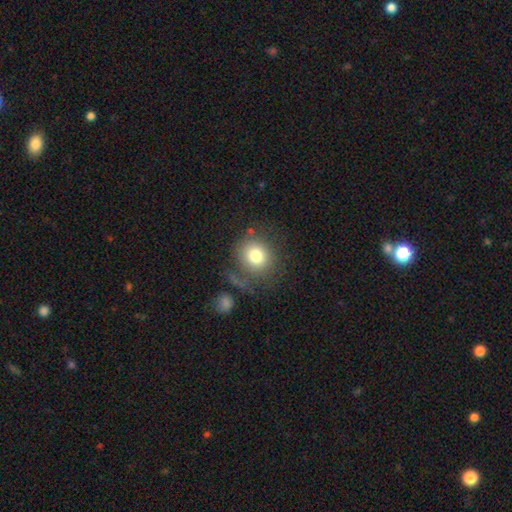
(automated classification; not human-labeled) A smooth galaxy with no disk features (78%) that is round (83%).

Vote fractions:
- Smooth or featured? smooth: 78% / featured or disk: 12% / star or artifact: 10%
- How rounded? round: 83% / in between: 16% / cigar-shaped: 1%
- Merging? none: 69% / minor disturbance: 15% / major disturbance: 11% / merger: 6%